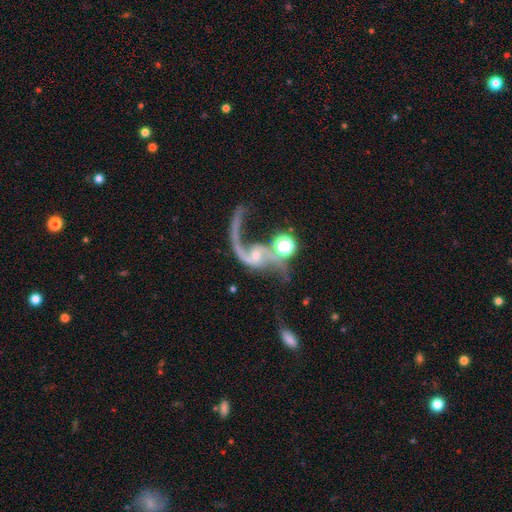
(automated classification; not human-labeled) A featured or disk galaxy (85%) with no bar (58%), 2 (73%) loose (82%) spiral arms (92%) and a small central bulge (60%).

Vote fractions:
- Smooth or featured? featured or disk: 85% / star or artifact: 8% / smooth: 7%
- Edge-on disk? no: 96% / yes: 4%
- Bar? no: 58% / weak: 30% / strong: 12%
- Spiral arms? yes: 92% / no: 8%
- Spiral winding? loose: 82% / medium: 14% / tight: 4%
- Spiral arm count? 2: 73% / 1: 22% / can't tell: 2% / 3: 1% / 4: 1% / more than 4: 1%
- Bulge size? small: 60% / moderate: 30% / none: 6% / large: 3% / dominant: 2%
- Merging? major disturbance: 32% (tied) / none: 32% (tied) / merger: 24% / minor disturbance: 13%